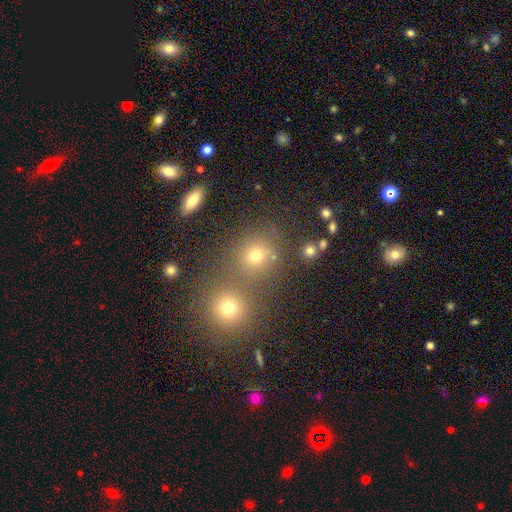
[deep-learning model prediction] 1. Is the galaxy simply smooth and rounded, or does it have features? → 69% smooth, 21% star or artifact, 9% featured or disk.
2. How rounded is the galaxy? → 82% round, 17% in between, 1% cigar-shaped.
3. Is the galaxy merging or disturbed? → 65% none, 23% merger, 8% minor disturbance, 4% major disturbance.